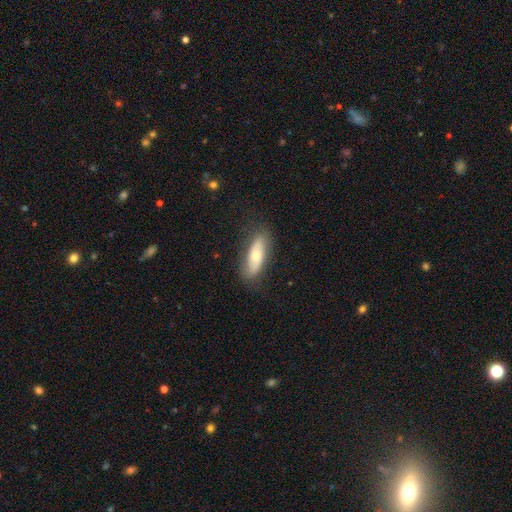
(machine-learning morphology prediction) Smooth or featured?
  - smooth: 56% *
  - featured or disk: 38%
  - star or artifact: 6%
How rounded?
  - in between: 61% *
  - cigar-shaped: 36%
  - round: 3%
Merging?
  - none: 82% *
  - minor disturbance: 14%
  - major disturbance: 3%
  - merger: 1%